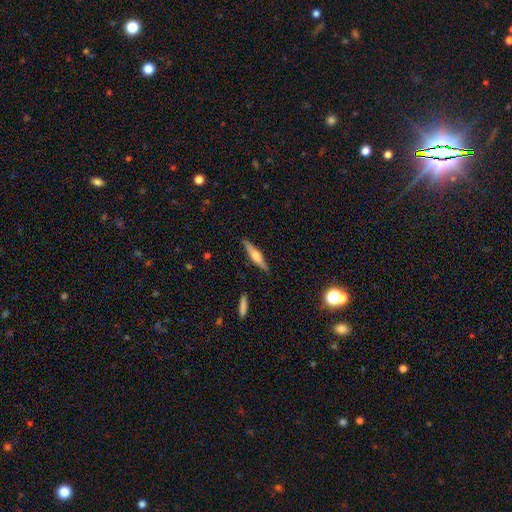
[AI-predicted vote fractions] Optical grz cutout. It shows a featured or disk galaxy (57%) viewed edge-on (96%) with a rounded central bulge (78%). Merging: none (88%).